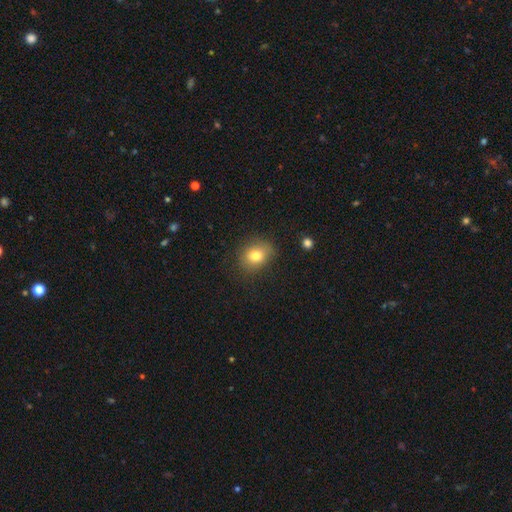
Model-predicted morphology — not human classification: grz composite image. It shows a smooth galaxy with no disk features (77%) that is round (60%). Merging: none (78%).